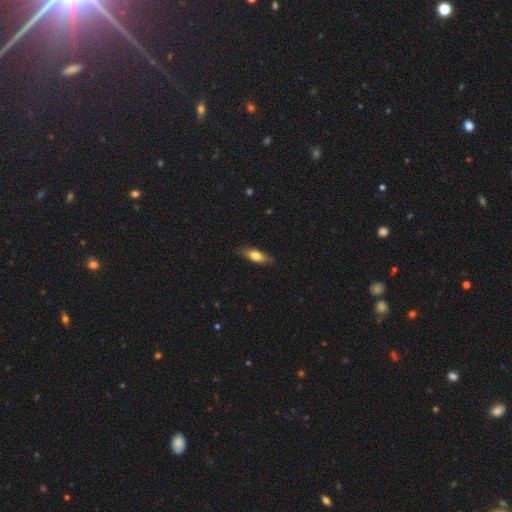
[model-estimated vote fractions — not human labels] Smooth or featured? smooth (69%)
How rounded? in between (60%)
Merging? none (83%)